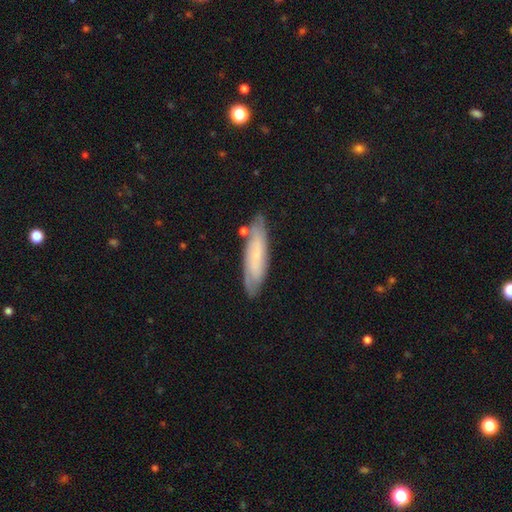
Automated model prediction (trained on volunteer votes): The model was most divided on "smooth or featured": smooth: 47%, featured or disk: 46%, star or artifact: 8%. More confident: merging — none (79%).